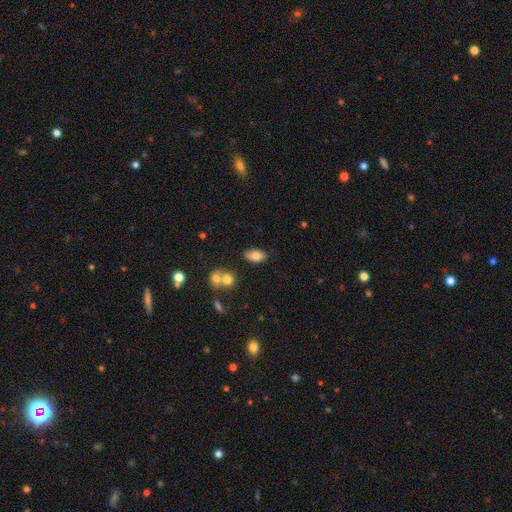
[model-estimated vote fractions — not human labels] Smooth or featured? smooth (80%)
How rounded? in between (91%)
Merging? none (74%)